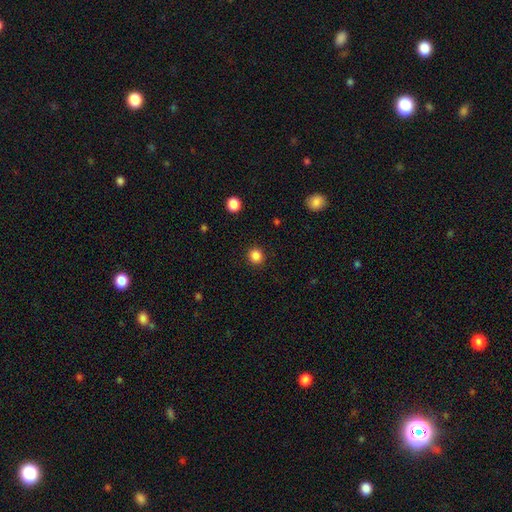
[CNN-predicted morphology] Q: Smooth or featured?
A: smooth (86%); runner-up: star or artifact (12%)
Q: How rounded?
A: round (91%); runner-up: in between (8%)
Q: Merging?
A: none (91%); runner-up: minor disturbance (5%)